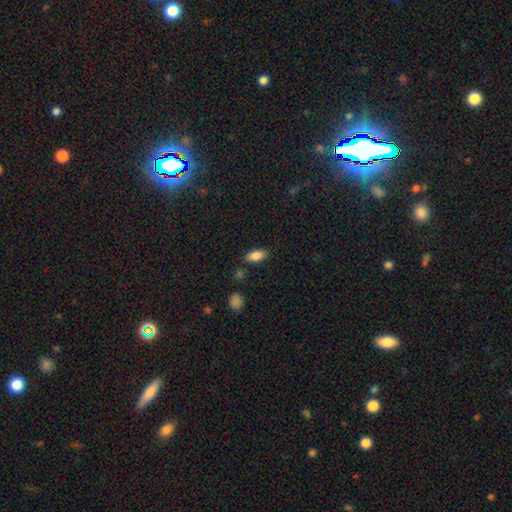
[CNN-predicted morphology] The model was most divided on "merging": none: 82%, minor disturbance: 11%, merger: 3%, major disturbance: 3%. More confident: how rounded — in between (89%); smooth or featured — smooth (85%).